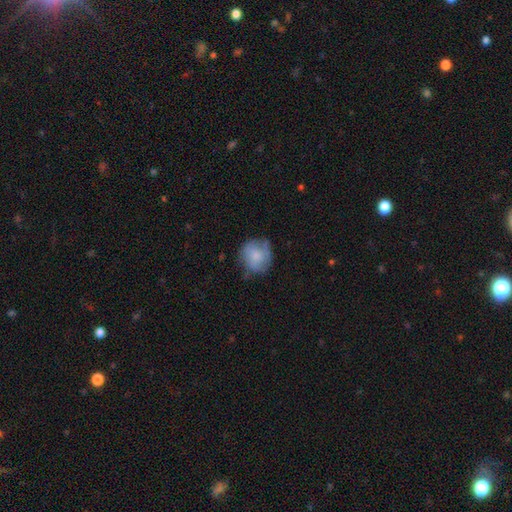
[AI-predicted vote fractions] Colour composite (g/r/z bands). It shows a smooth galaxy with no disk features (66%) that is round (82%). Merging: none (58%).